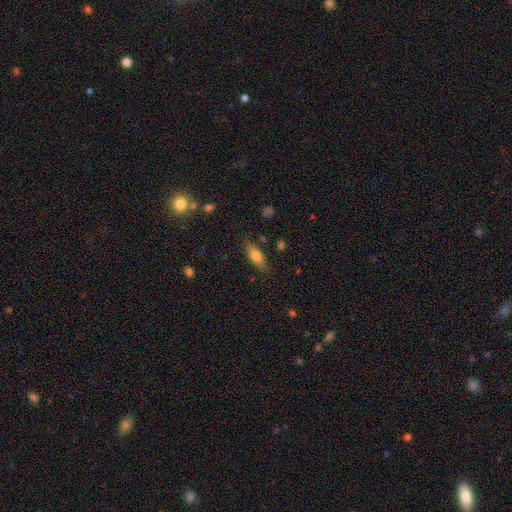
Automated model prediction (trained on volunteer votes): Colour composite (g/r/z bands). It shows a smooth galaxy with no disk features (75%) that is in between round and cigar-shaped (66%). Merging: none (81%).